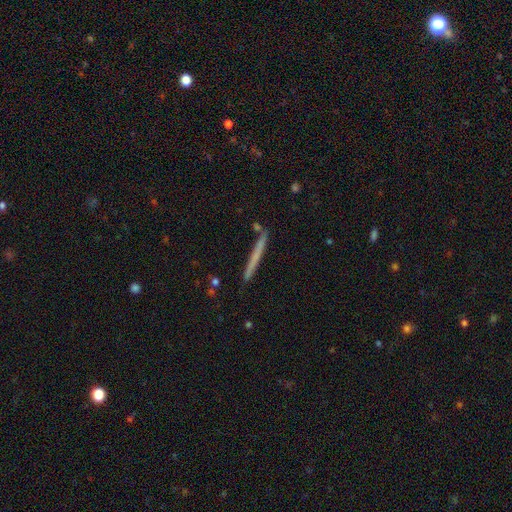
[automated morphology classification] smooth-or-featured: smooth: 56% | featured or disk: 38% | star or artifact: 6%
  how-rounded: cigar-shaped: 97% | in between: 2% | round: 1%
  merging: none: 89% | minor disturbance: 8% | merger: 2% | major disturbance: 2%